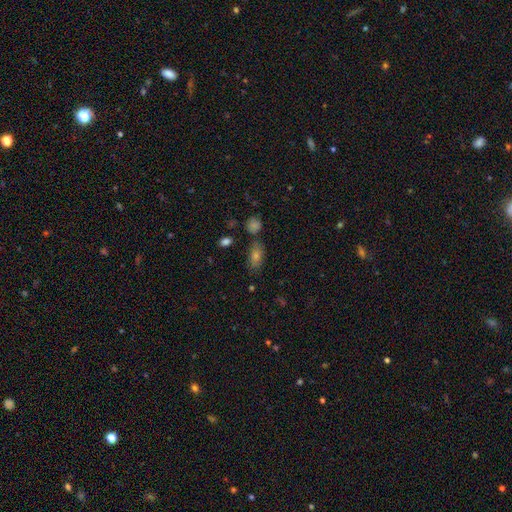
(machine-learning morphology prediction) Q: Smooth or featured?
A: smooth (63%); runner-up: star or artifact (19%)
Q: How rounded?
A: in between (81%); runner-up: round (10%)
Q: Merging?
A: none (73%); runner-up: minor disturbance (12%)